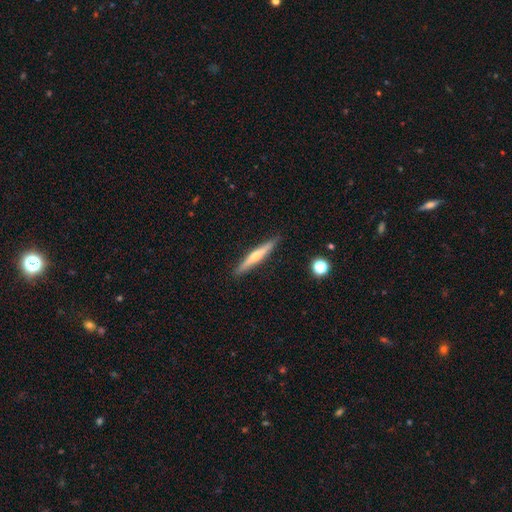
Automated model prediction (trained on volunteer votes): Q: Smooth or featured?
A: featured or disk (56%); runner-up: smooth (38%)
Q: Edge-on disk?
A: yes (96%); runner-up: no (4%)
Q: Edge-on bulge?
A: rounded (78%); runner-up: none (18%)
Q: Merging?
A: none (90%); runner-up: minor disturbance (8%)